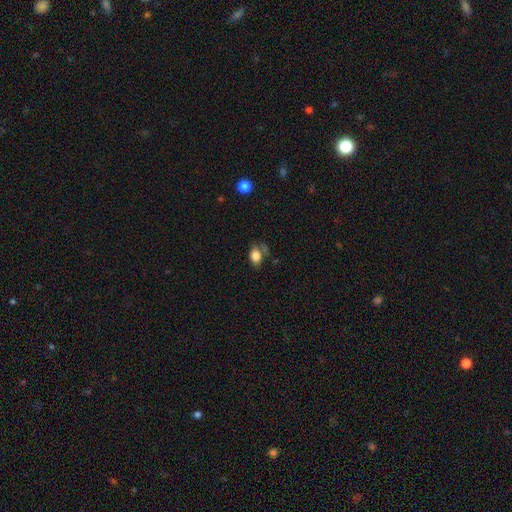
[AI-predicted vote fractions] Smooth or featured? smooth (82%)
How rounded? in between (77%)
Merging? none (57%)